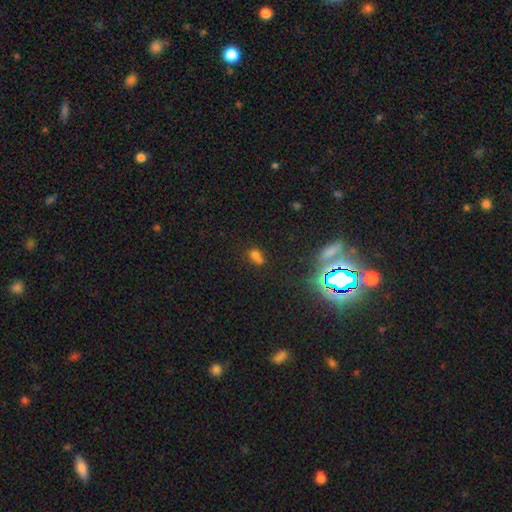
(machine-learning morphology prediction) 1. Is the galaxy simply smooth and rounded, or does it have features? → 63% smooth, 25% star or artifact, 12% featured or disk.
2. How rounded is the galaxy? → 64% in between, 33% round, 4% cigar-shaped.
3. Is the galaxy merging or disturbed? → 44% none, 31% merger, 17% minor disturbance, 9% major disturbance.